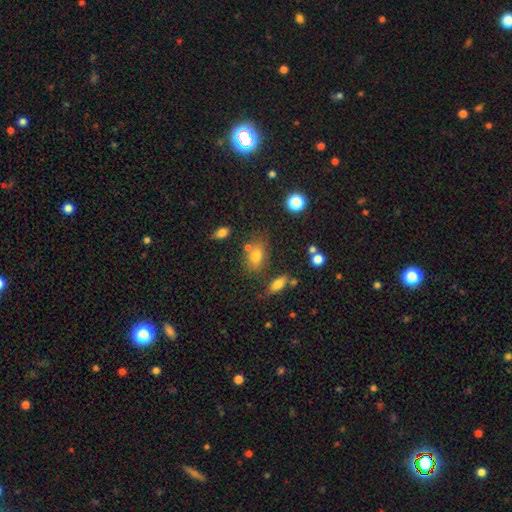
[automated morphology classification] Overall: smooth (75%). How rounded: in between (77%). Merging: none (66%).